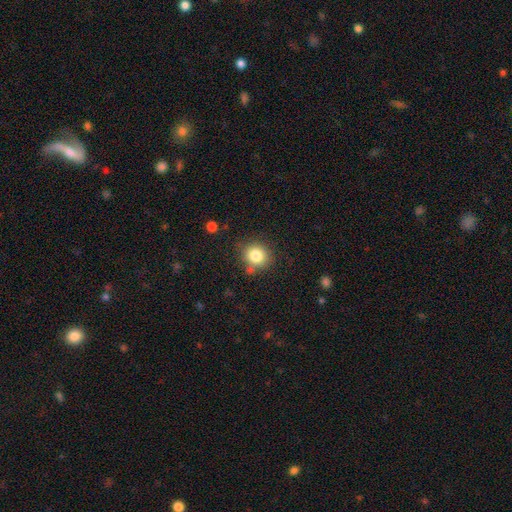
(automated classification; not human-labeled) Smooth or featured: smooth — 82% (star or artifact — 11%)
How rounded: round — 83% (in between — 16%)
Merging: none — 78% (minor disturbance — 12%)